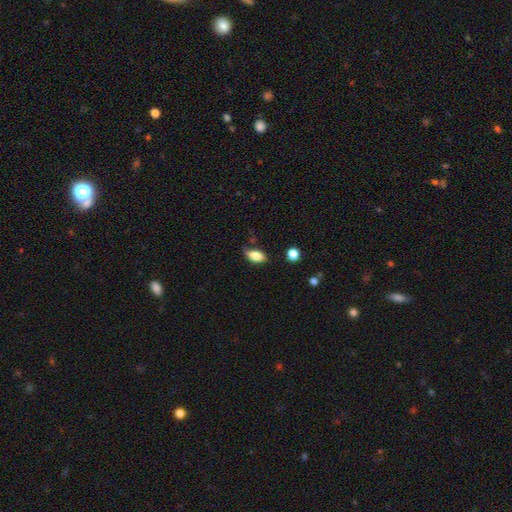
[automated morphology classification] Smooth or featured? Predicted: smooth (p=0.80). How rounded? Predicted: in between (p=0.88). Merging? Predicted: none (p=0.67).